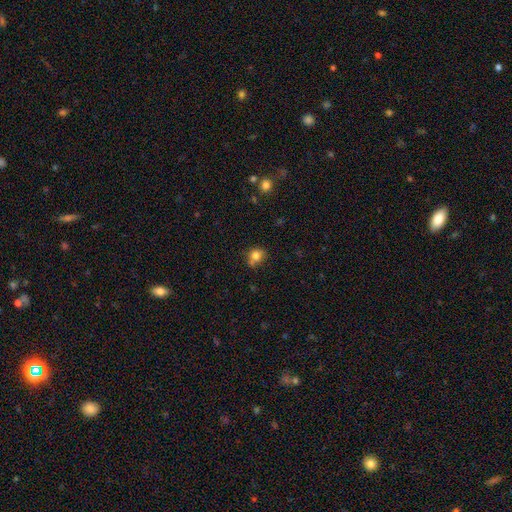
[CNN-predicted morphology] Q: Smooth or featured?
A: smooth (79%); runner-up: star or artifact (12%)
Q: How rounded?
A: round (75%); runner-up: in between (24%)
Q: Merging?
A: none (60%); runner-up: minor disturbance (18%)